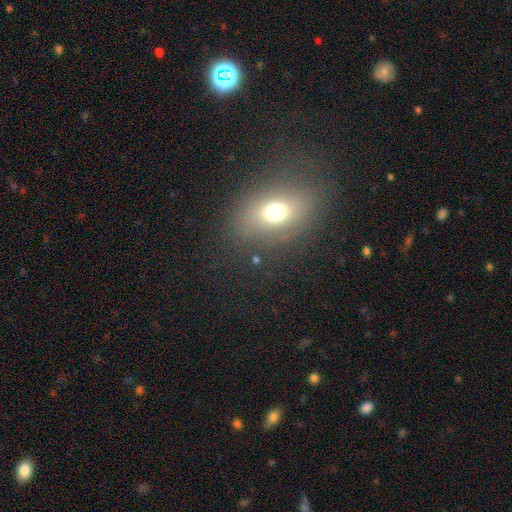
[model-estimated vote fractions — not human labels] Smooth or featured?
  - smooth: 63% *
  - featured or disk: 19%
  - star or artifact: 17%
How rounded?
  - in between: 73% *
  - round: 23%
  - cigar-shaped: 4%
Merging?
  - none: 82% *
  - minor disturbance: 12%
  - major disturbance: 5%
  - merger: 2%